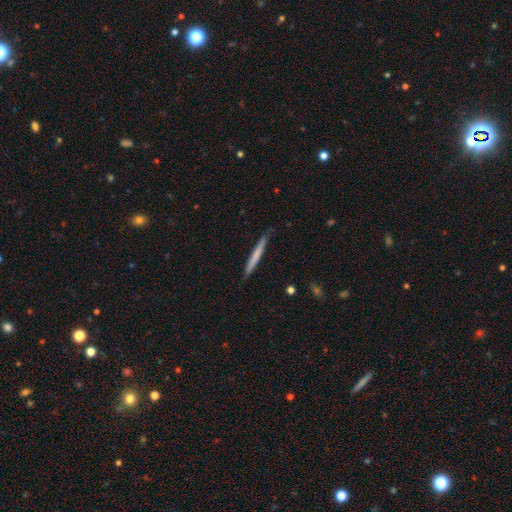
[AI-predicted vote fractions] Smooth or featured? smooth (63%)
How rounded? cigar-shaped (97%)
Merging? none (85%)